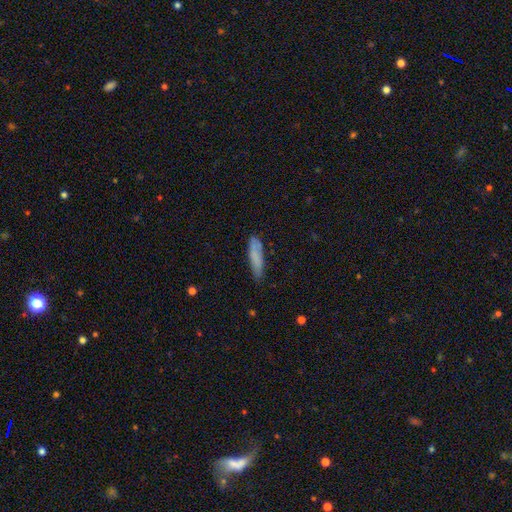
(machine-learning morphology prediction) smooth_or_featured: smooth (p=0.76) [alt: featured or disk p=0.17]
how_rounded: cigar-shaped (p=0.76) [alt: in between p=0.22]
merging: none (p=0.74) [alt: minor disturbance p=0.20]